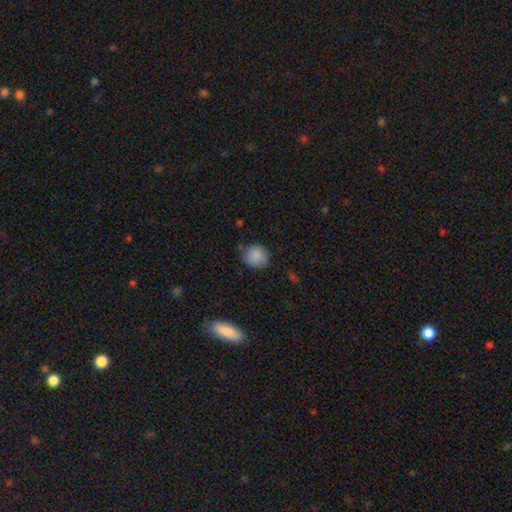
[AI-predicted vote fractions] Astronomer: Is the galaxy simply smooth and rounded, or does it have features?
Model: smooth — 86%.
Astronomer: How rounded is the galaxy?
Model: round — 86%.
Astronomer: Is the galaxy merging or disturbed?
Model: none — 78%.